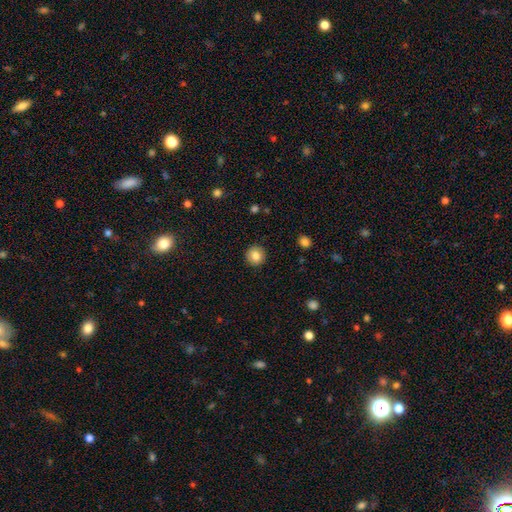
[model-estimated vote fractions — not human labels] A smooth galaxy with no disk features (83%) that is round (91%). Merging: none (90%).